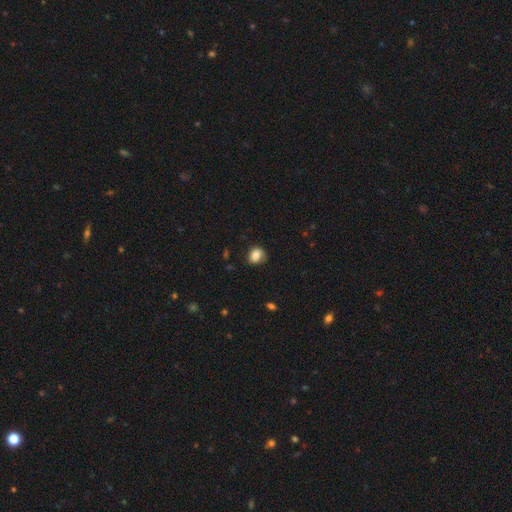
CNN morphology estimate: Q: Smooth or featured?
A: smooth (83%); runner-up: star or artifact (9%)
Q: How rounded?
A: round (67%); runner-up: in between (32%)
Q: Merging?
A: none (77%); runner-up: minor disturbance (18%)